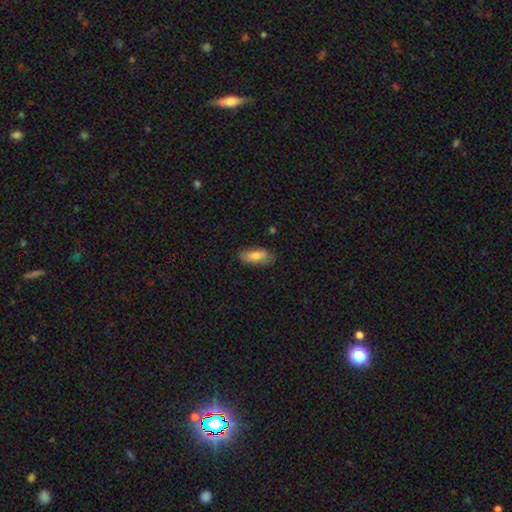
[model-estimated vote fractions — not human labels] Smooth or featured?
  - smooth: 72% *
  - featured or disk: 21%
  - star or artifact: 6%
How rounded?
  - in between: 82% *
  - cigar-shaped: 15%
  - round: 3%
Merging?
  - none: 73% *
  - minor disturbance: 21%
  - major disturbance: 5%
  - merger: 1%